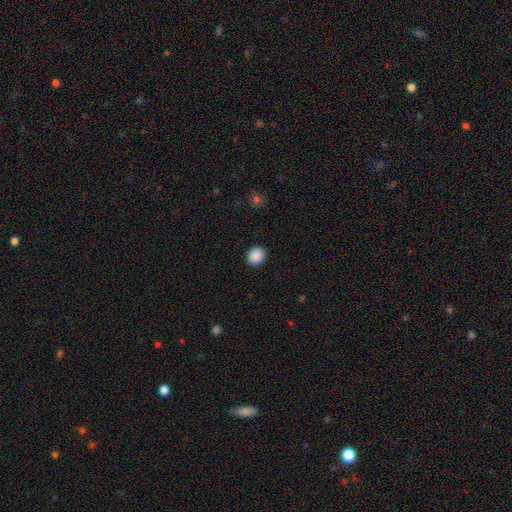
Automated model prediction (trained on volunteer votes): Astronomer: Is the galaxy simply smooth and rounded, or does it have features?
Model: smooth — 90%.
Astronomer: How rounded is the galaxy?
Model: round — 71%.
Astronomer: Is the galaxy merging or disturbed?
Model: none — 91%.